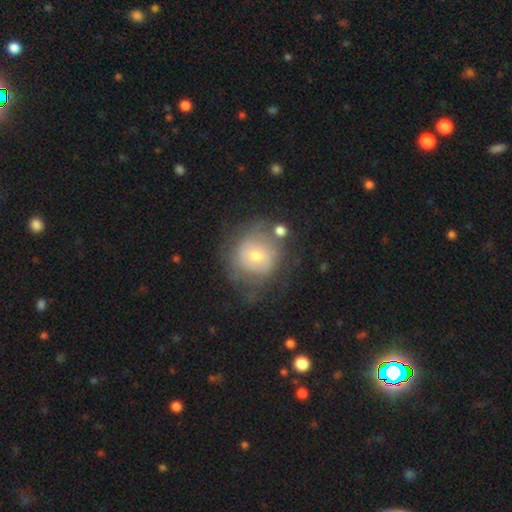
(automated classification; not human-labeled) smooth_or_featured: featured or disk (p=0.46) [tied with: smooth p=0.46]
merging: none (p=0.55) [alt: minor disturbance p=0.23]